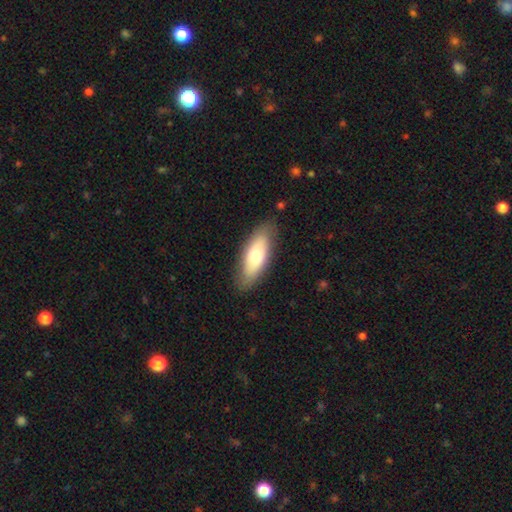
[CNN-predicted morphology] smooth-or-featured: smooth: 65% | featured or disk: 29% | star or artifact: 6%
  how-rounded: in between: 72% | cigar-shaped: 26% | round: 2%
  merging: none: 84% | minor disturbance: 12% | major disturbance: 3% | merger: 1%